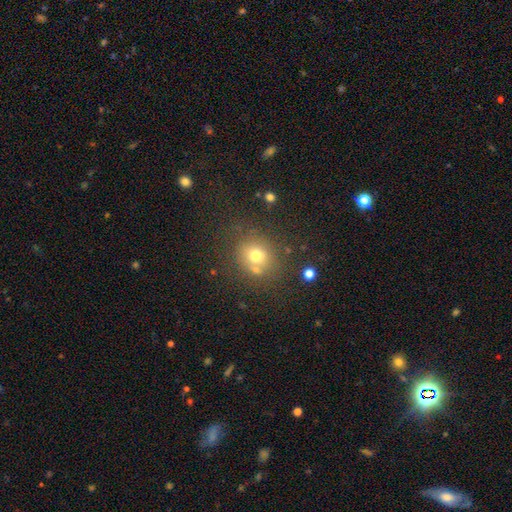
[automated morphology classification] smooth_or_featured: smooth (p=0.69) [alt: star or artifact p=0.17]
how_rounded: round (p=0.80) [alt: in between p=0.19]
merging: none (p=0.69) [alt: merger p=0.13]